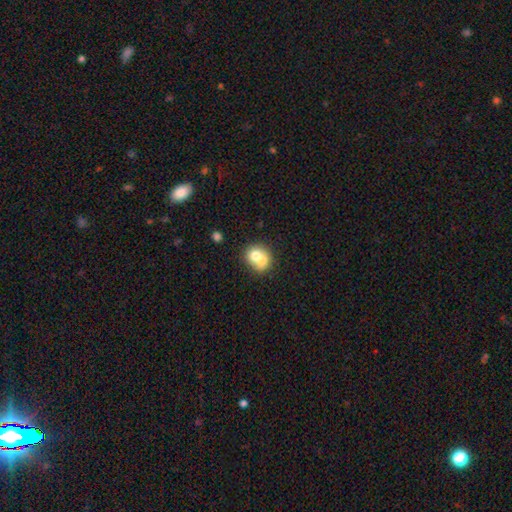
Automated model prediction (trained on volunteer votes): This is likely a smooth galaxy (68%). How rounded: likely round (70%). Merging: likely merger (66%).